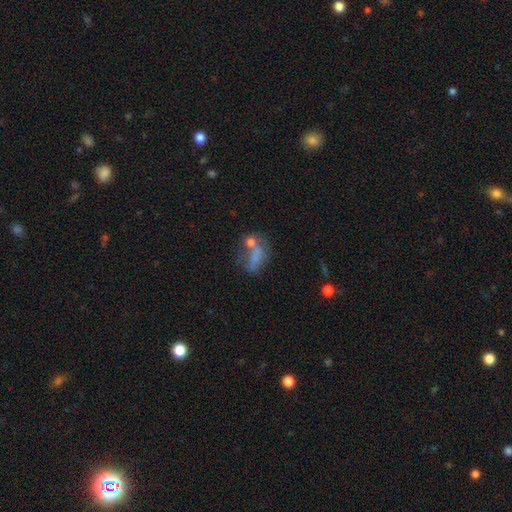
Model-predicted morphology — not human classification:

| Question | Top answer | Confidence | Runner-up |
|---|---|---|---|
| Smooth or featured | smooth | 53% | featured or disk (31%) |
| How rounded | in between | 70% | round (25%) |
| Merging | merger | 35% | none (27%) |